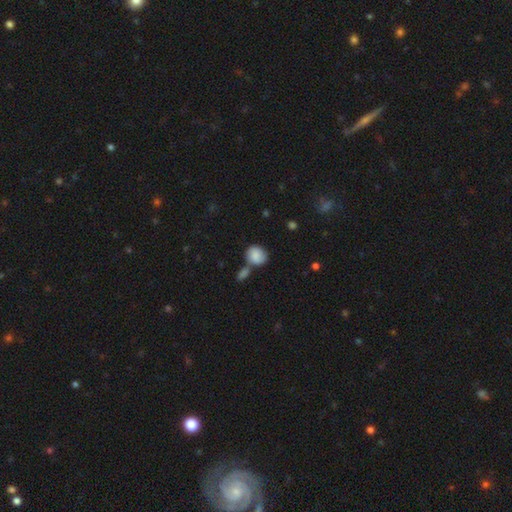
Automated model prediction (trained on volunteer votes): smooth_or_featured: smooth (p=0.85) [alt: featured or disk p=0.08]
how_rounded: round (p=0.61) [alt: in between p=0.38]
merging: none (p=0.49) [alt: merger p=0.30]